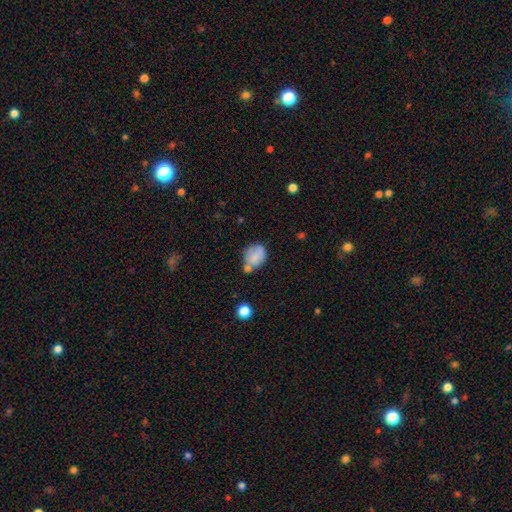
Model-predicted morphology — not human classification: smooth 76%, featured or disk 16%, star or artifact 8%. Down the decision tree: how rounded — in between (55%); merging — none (42%).